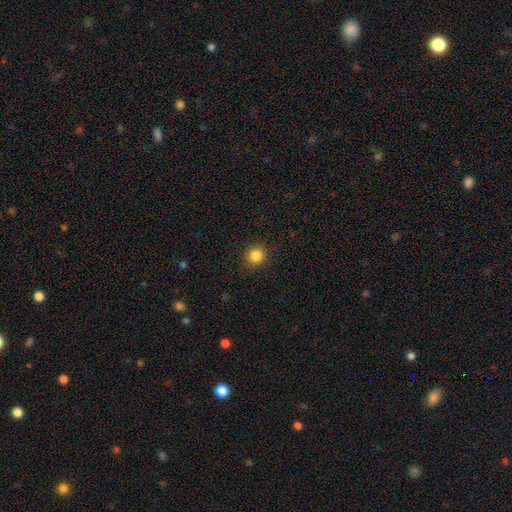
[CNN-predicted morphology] smooth 86%, star or artifact 11%, featured or disk 4%. Down the decision tree: how rounded — round (87%); merging — none (90%).